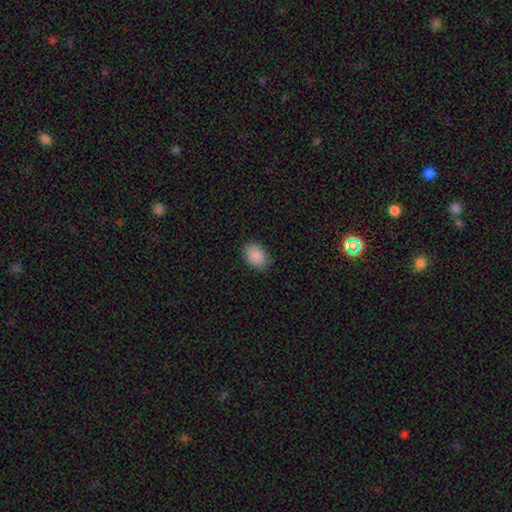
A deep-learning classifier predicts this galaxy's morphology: Overall: smooth (89%). How rounded: in between (82%). Merging: none (87%).